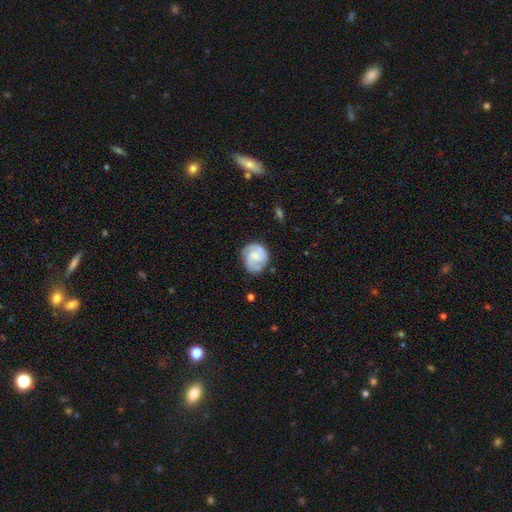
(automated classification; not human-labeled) Q: Smooth or featured?
A: featured or disk (71%); runner-up: smooth (23%)
Q: Edge-on disk?
A: no (98%); runner-up: yes (2%)
Q: Bar?
A: no (55%); runner-up: weak (38%)
Q: Spiral arms?
A: yes (94%); runner-up: no (6%)
Q: Spiral winding?
A: tight (46%); runner-up: medium (43%)
Q: Spiral arm count?
A: 2 (61%); runner-up: 3 (19%)
Q: Bulge size?
A: small (42%); runner-up: none (28%)
Q: Merging?
A: none (71%); runner-up: minor disturbance (20%)